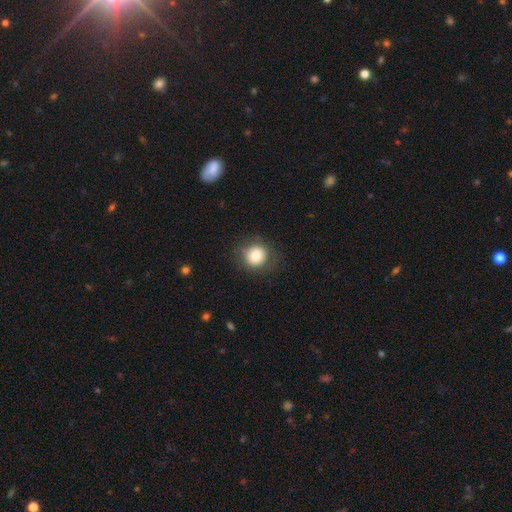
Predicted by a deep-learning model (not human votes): smooth_or_featured: smooth (p=0.78) [alt: featured or disk p=0.12]
how_rounded: round (p=0.89) [alt: in between p=0.10]
merging: none (p=0.81) [alt: minor disturbance p=0.12]